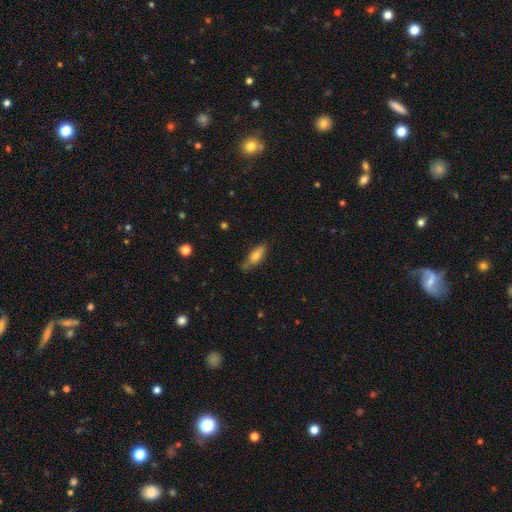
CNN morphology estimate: Smooth or featured? smooth (66%)
How rounded? in between (55%)
Merging? none (68%)